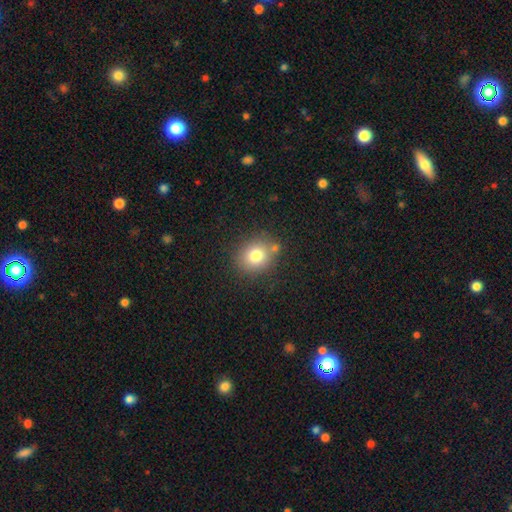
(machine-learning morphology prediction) Smooth or featured? smooth (77%)
How rounded? round (69%)
Merging? none (75%)